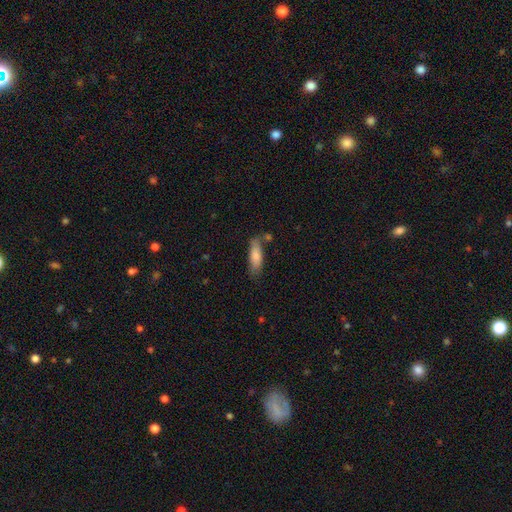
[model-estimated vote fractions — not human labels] The model was most divided on "how rounded": in between: 54%, cigar-shaped: 44%, round: 2%. More confident: smooth or featured — smooth (81%); merging — none (61%).